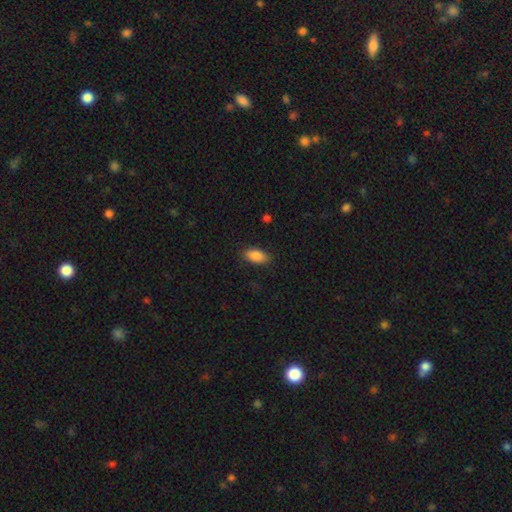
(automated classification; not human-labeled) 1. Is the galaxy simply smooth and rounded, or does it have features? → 88% smooth, 7% star or artifact, 5% featured or disk.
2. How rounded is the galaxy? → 92% in between, 5% cigar-shaped, 4% round.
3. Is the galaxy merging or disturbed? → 85% none, 11% minor disturbance, 3% major disturbance, 1% merger.